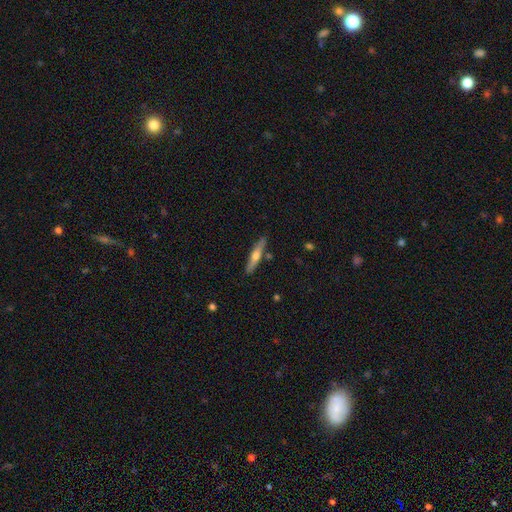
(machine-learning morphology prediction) This appears to be a featured or disk galaxy (53%) viewed edge-on (95%) with a rounded central bulge (88%). Merging: none (86%).